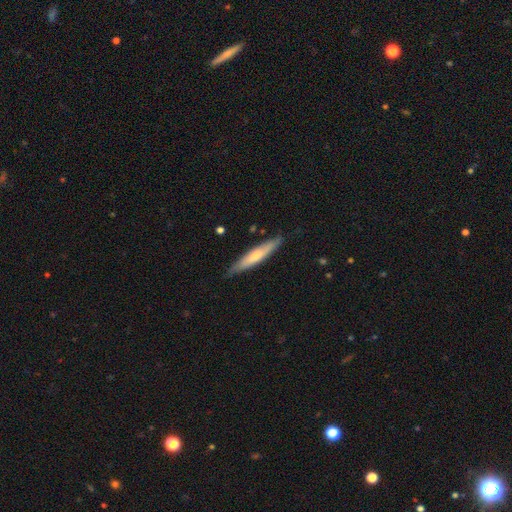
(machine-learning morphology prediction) This appears to be a smooth galaxy with no disk features (58%) that is cigar-shaped (89%). Merging: none (84%).